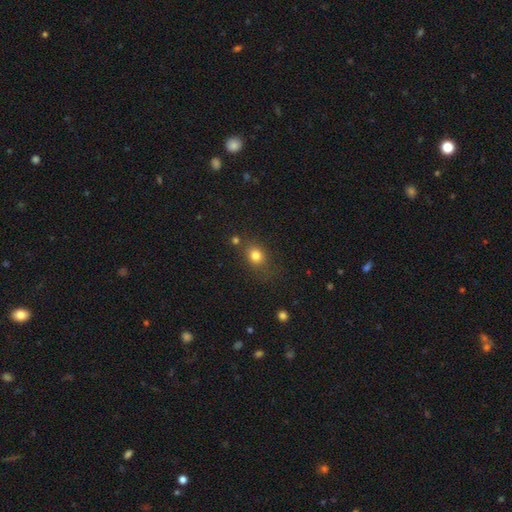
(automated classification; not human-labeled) A smooth galaxy with no disk features (79%) that is round (57%). Merging: none (67%).